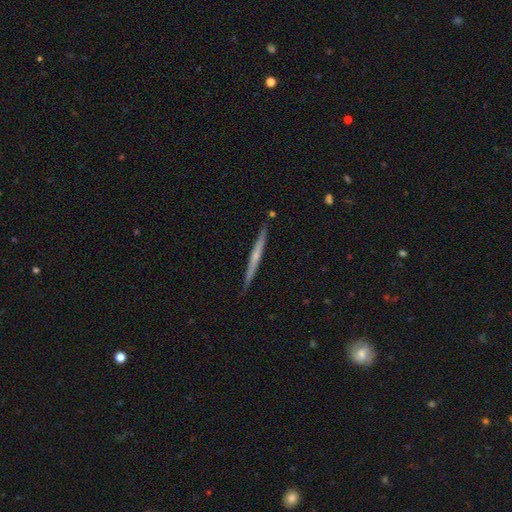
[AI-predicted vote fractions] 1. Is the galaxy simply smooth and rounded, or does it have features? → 65% featured or disk, 29% smooth, 6% star or artifact.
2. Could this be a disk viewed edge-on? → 98% yes, 2% no.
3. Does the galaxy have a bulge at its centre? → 51% none, 44% rounded, 5% boxy.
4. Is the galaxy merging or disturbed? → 89% none, 8% minor disturbance, 1% major disturbance, 1% merger.